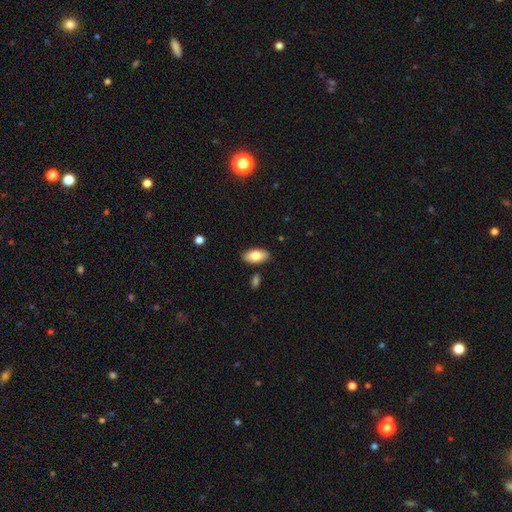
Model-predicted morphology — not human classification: A smooth galaxy with no disk features (81%) that is in between round and cigar-shaped (94%). Merging: none (86%).